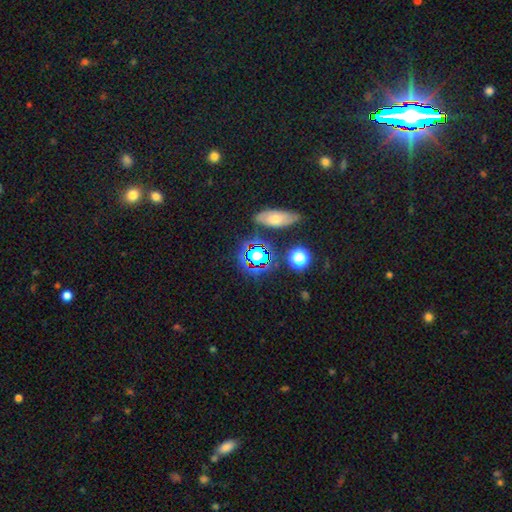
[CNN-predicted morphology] This appears to be a star or artifact, not a galaxy (54%).